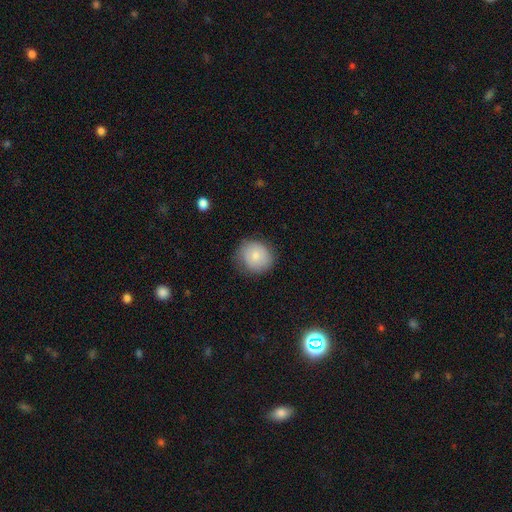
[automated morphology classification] smooth 79%, featured or disk 13%, star or artifact 7%. Down the decision tree: how rounded — round (82%); merging — none (77%).